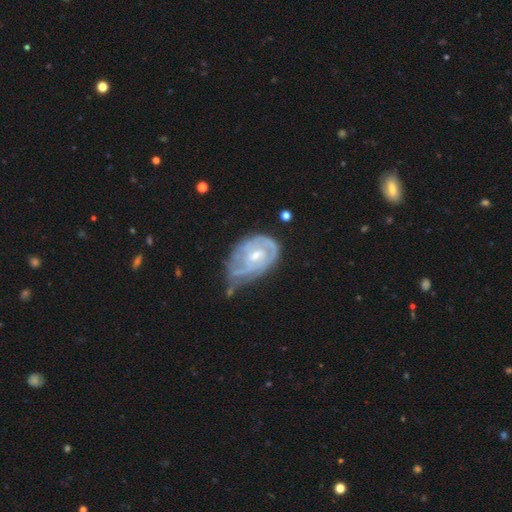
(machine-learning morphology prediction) Smooth or featured?
  - featured or disk: 78% *
  - smooth: 17%
  - star or artifact: 6%
Edge-on disk?
  - no: 97% *
  - yes: 3%
Bar?
  - no: 53% *
  - weak: 40%
  - strong: 7%
Spiral arms?
  - yes: 82% *
  - no: 18%
Spiral winding?
  - tight: 59% *
  - medium: 30%
  - loose: 11%
Spiral arm count?
  - can't tell: 43% *
  - 2: 30%
  - 1: 11%
  - 3: 10%
  - 4: 3%
  - more than 4: 3%
Bulge size?
  - moderate: 51% *
  - small: 43%
  - large: 2%
  - none: 2%
  - dominant: 1%
Merging?
  - minor disturbance: 38% *
  - none: 30%
  - major disturbance: 27%
  - merger: 6%